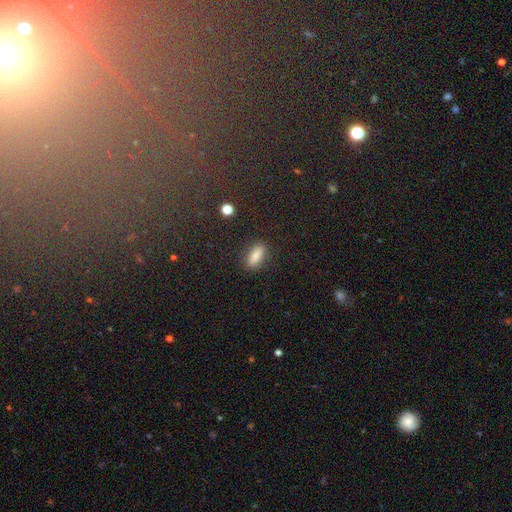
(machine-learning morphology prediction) smooth 84%, star or artifact 9%, featured or disk 7%. Down the decision tree: how rounded — in between (74%); merging — none (86%).